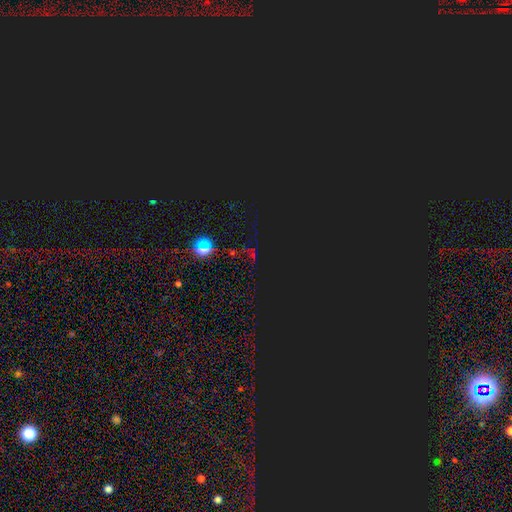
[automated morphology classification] smooth-or-featured: star or artifact: 81% | smooth: 12% | featured or disk: 7%